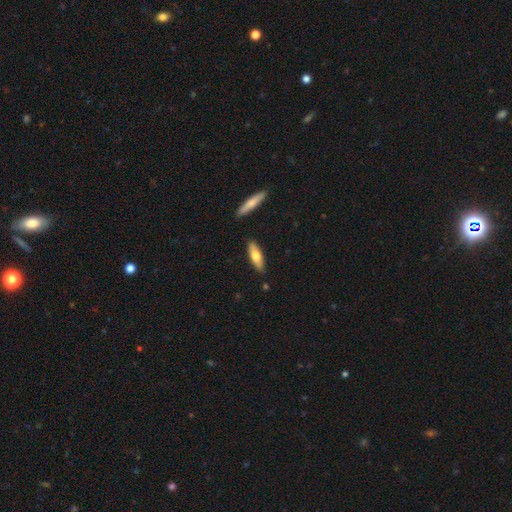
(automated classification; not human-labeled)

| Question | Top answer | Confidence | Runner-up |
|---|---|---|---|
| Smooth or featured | smooth | 64% | featured or disk (31%) |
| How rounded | cigar-shaped | 53% | in between (45%) |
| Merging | none | 86% | minor disturbance (10%) |